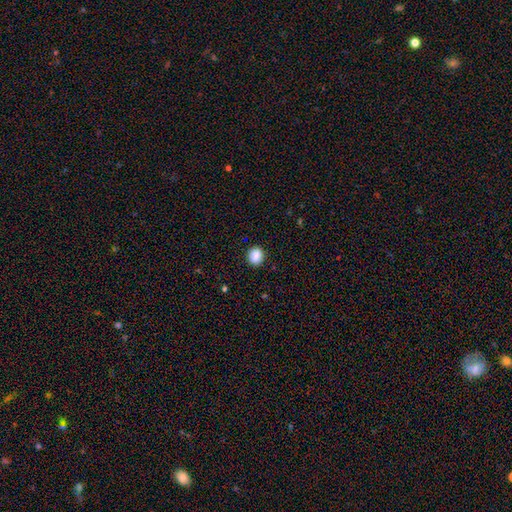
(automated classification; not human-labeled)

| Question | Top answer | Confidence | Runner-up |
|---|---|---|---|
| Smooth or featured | smooth | 88% | star or artifact (9%) |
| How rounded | round | 69% | in between (30%) |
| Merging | none | 89% | minor disturbance (8%) |